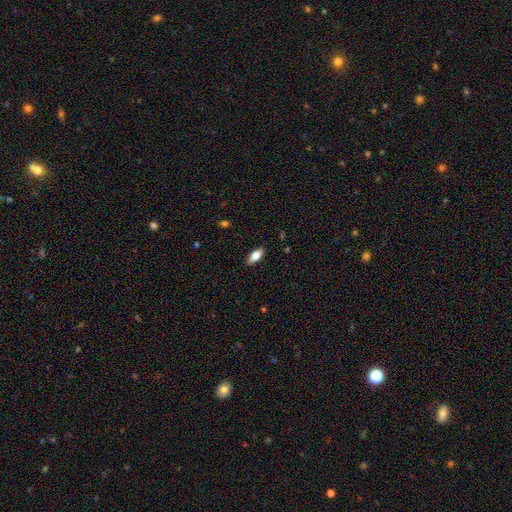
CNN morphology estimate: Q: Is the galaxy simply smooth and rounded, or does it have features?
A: smooth — 75%.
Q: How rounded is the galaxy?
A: in between — 81%.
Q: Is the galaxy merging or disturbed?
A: none — 88%.